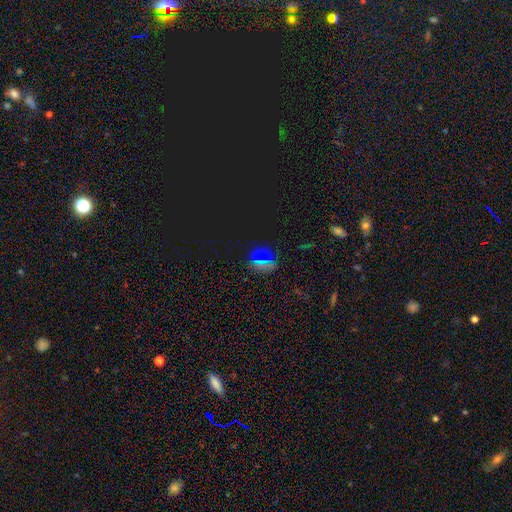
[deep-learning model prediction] Smooth or featured?
  - star or artifact: 59% *
  - smooth: 34%
  - featured or disk: 7%